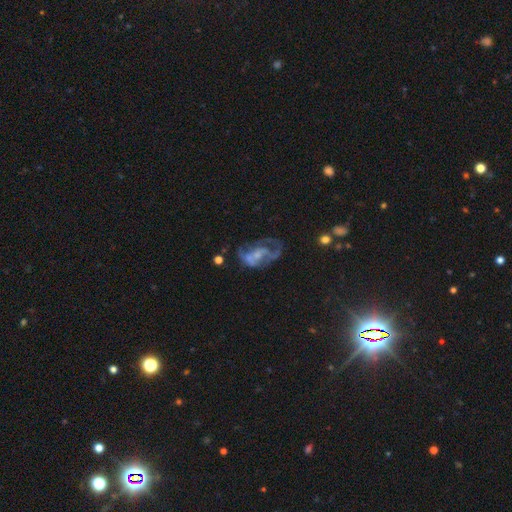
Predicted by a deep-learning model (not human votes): This is likely a featured or disk galaxy (69%). It is clearly not viewed edge-on (97%). Bar: likely no (69%). Spiral arm pattern: possibly yes (55%). Central bulge: marginally small (41%). Merging: marginally major disturbance (41%).